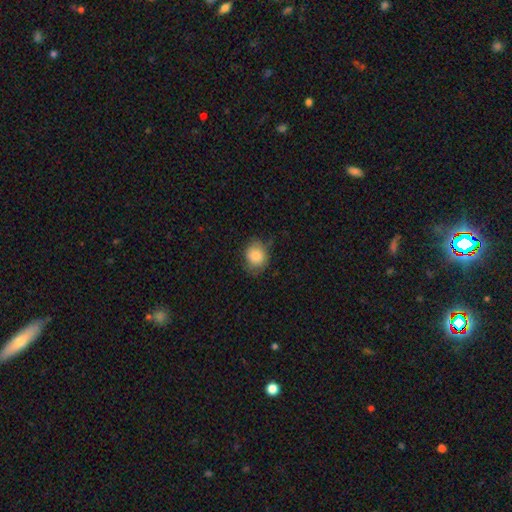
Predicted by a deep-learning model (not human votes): smooth_or_featured: smooth (p=0.82) [alt: featured or disk p=0.10]
how_rounded: round (p=0.57) [alt: in between p=0.42]
merging: none (p=0.64) [alt: minor disturbance p=0.27]